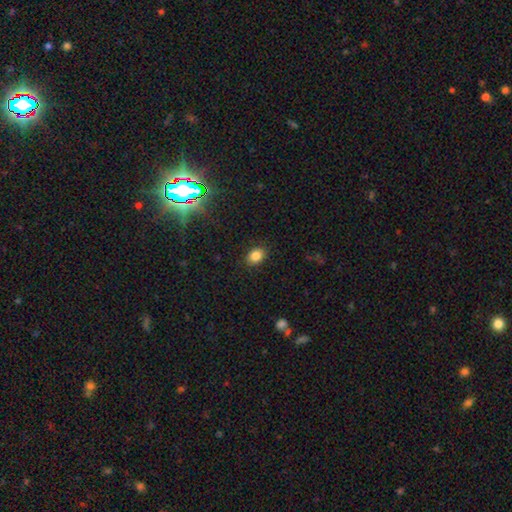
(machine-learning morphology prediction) Smooth or featured?
  - smooth: 84% *
  - star or artifact: 11%
  - featured or disk: 5%
How rounded?
  - in between: 65% *
  - round: 34%
  - cigar-shaped: 1%
Merging?
  - none: 87% *
  - minor disturbance: 9%
  - major disturbance: 3%
  - merger: 1%